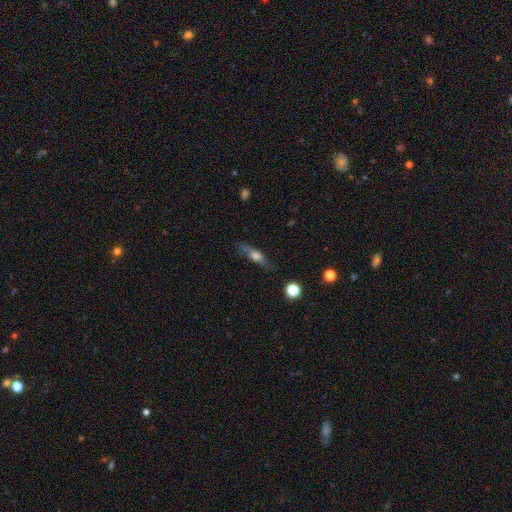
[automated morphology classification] Smooth or featured: smooth — 47% (featured or disk — 44%)
Merging: none — 75% (minor disturbance — 17%)